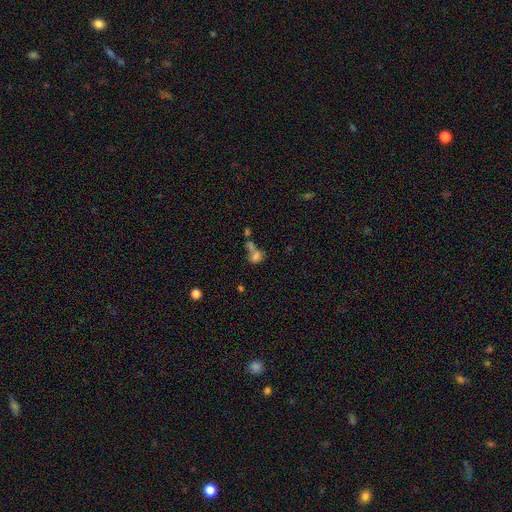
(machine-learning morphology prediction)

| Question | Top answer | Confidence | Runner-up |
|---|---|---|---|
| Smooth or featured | smooth | 69% | featured or disk (16%) |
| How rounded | in between | 66% | round (31%) |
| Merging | merger | 53% | none (24%) |